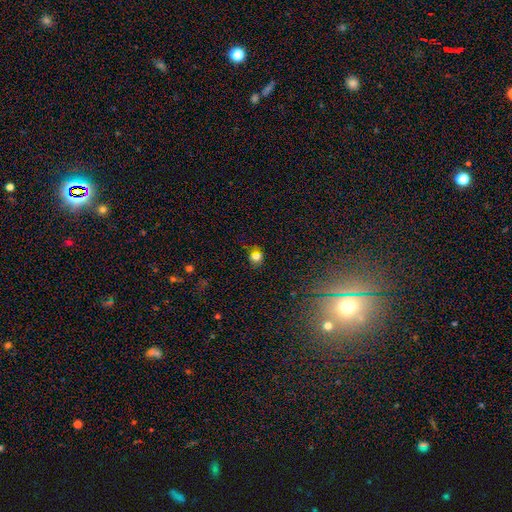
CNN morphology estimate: A smooth galaxy with no disk features (76%) that is round (75%). Merging: none (73%).